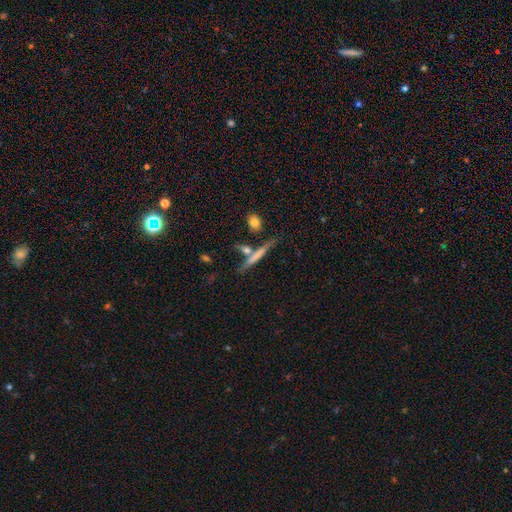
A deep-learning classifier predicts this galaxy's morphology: This appears to be a smooth galaxy with no disk features (56%) that is cigar-shaped (90%). Merging: none (66%).